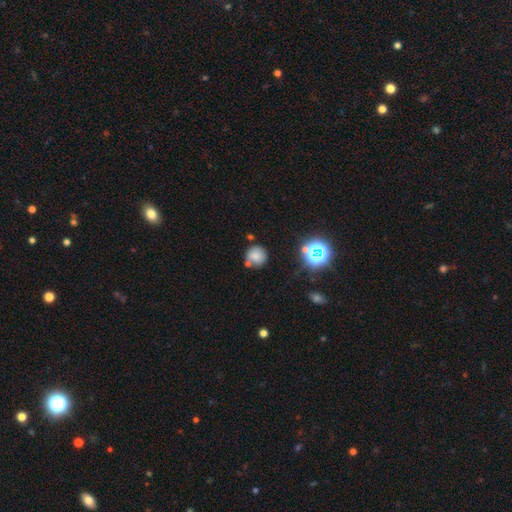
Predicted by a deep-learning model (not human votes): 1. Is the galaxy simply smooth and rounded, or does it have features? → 75% smooth, 16% star or artifact, 9% featured or disk.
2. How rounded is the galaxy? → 91% round, 8% in between, 1% cigar-shaped.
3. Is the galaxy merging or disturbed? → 69% none, 13% merger, 13% minor disturbance, 4% major disturbance.